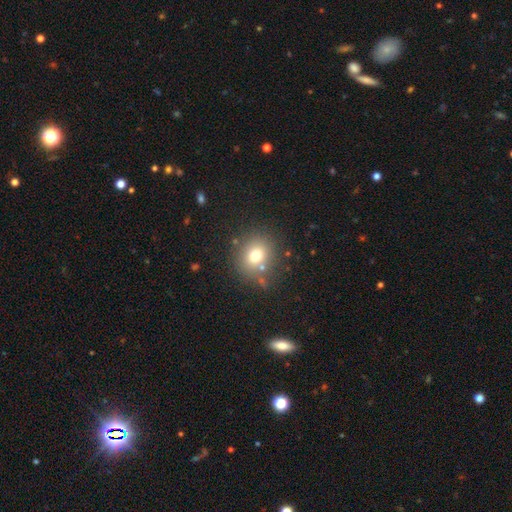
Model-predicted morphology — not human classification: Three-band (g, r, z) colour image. It shows a smooth galaxy with no disk features (73%) that is round (76%). Merging: none (80%).